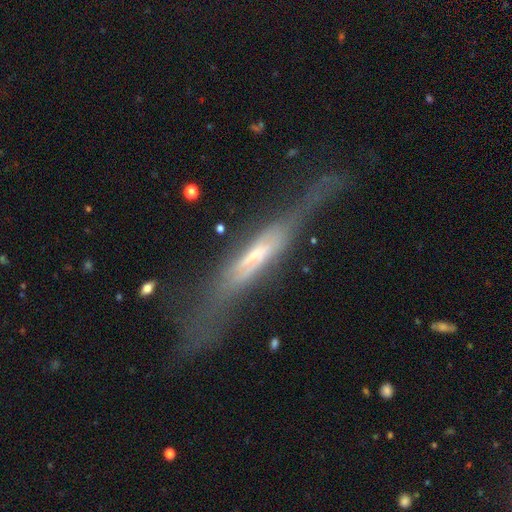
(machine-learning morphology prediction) Overall: featured or disk (72%). Edge-on disk: yes (82%). Edge-on bulge: rounded (37%; boxy 36%). Merging: none (48%; major disturbance 26%).